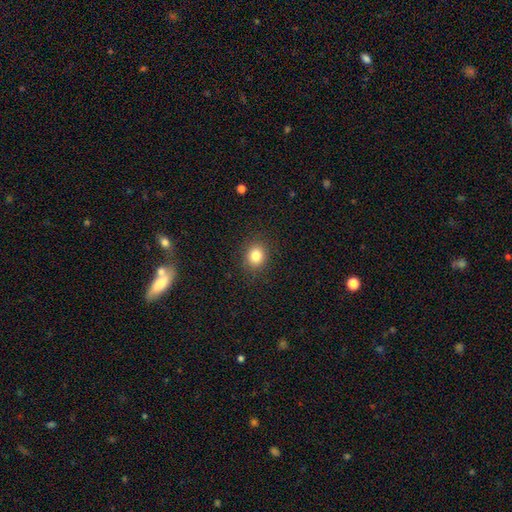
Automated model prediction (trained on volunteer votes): smooth 82%, star or artifact 11%, featured or disk 6%. Down the decision tree: how rounded — round (72%); merging — none (88%).